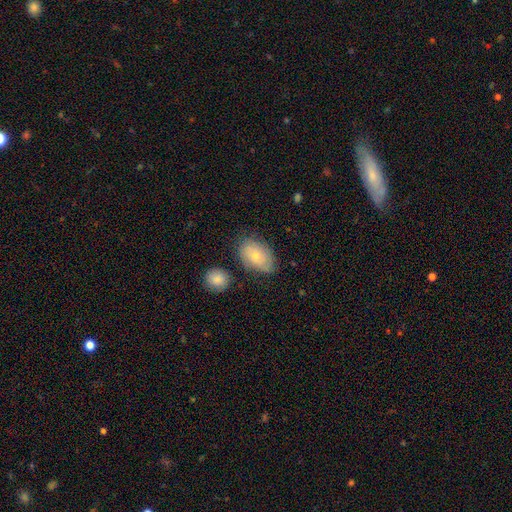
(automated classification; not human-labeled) smooth-or-featured: smooth: 62% | featured or disk: 31% | star or artifact: 7%
  how-rounded: in between: 88% | round: 11% | cigar-shaped: 1%
  merging: none: 69% | minor disturbance: 21% | merger: 5% | major disturbance: 5%